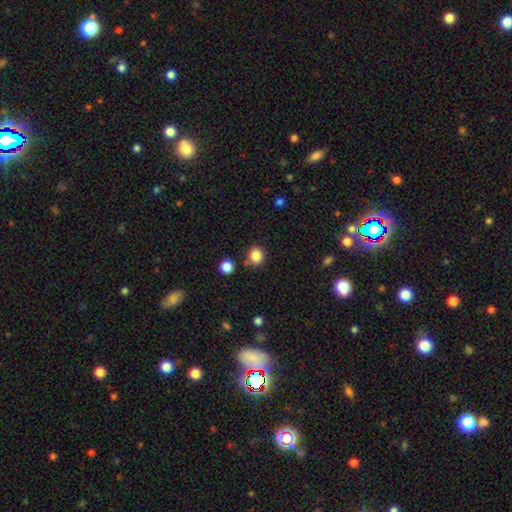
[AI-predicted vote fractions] This appears to be a smooth galaxy with no disk features (85%) that is round (82%). Merging: none (79%).